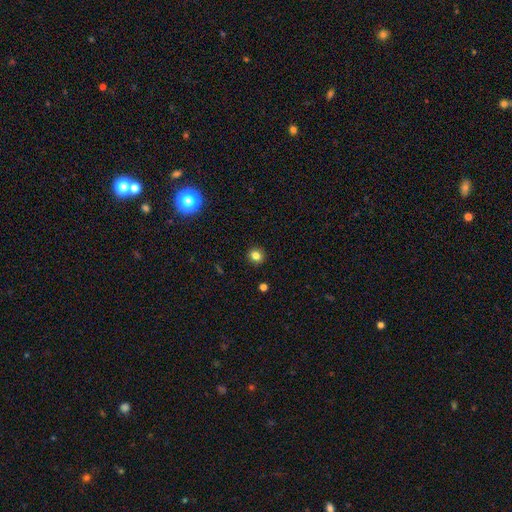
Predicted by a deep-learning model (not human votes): The model was most divided on "smooth or featured": smooth: 81%, star or artifact: 13%, featured or disk: 6%. More confident: merging — none (92%); how rounded — round (86%).